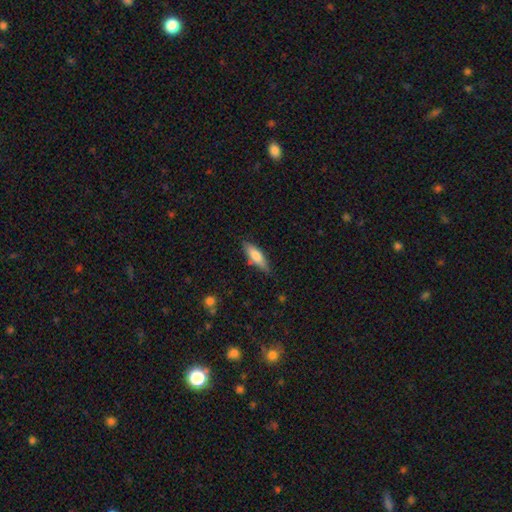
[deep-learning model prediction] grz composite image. It shows a smooth galaxy with no disk features (73%) that is cigar-shaped (57%). Merging: none (79%).